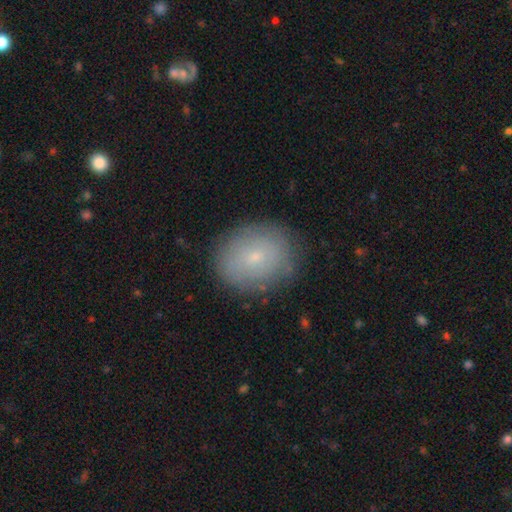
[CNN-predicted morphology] A smooth galaxy with no disk features (68%) that is round (55%).

Vote fractions:
- Smooth or featured? smooth: 68% / featured or disk: 22% / star or artifact: 9%
- How rounded? round: 55% / in between: 44% / cigar-shaped: 1%
- Merging? none: 84% / minor disturbance: 12% / major disturbance: 3% / merger: 1%